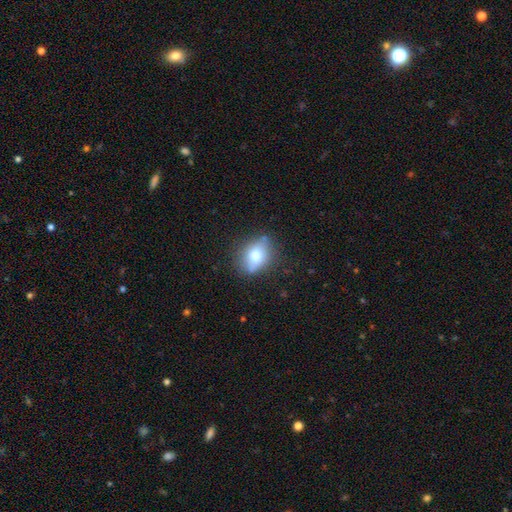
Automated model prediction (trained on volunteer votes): Smooth or featured: smooth — 67% (featured or disk — 24%)
How rounded: in between — 64% (round — 32%)
Merging: none — 68% (minor disturbance — 22%)